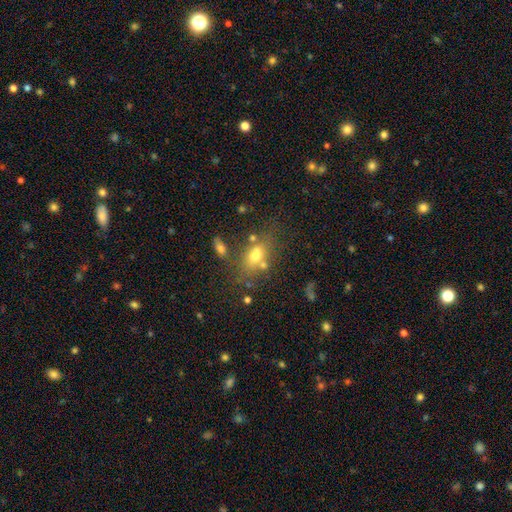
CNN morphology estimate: A smooth galaxy with no disk features (63%) that is in between round and cigar-shaped (73%). Merging: none (56%).